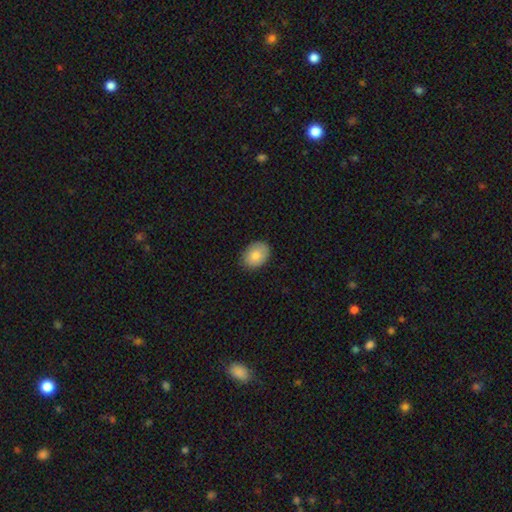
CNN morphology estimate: A smooth galaxy with no disk features (82%) that is in between round and cigar-shaped (67%). Merging: none (84%).